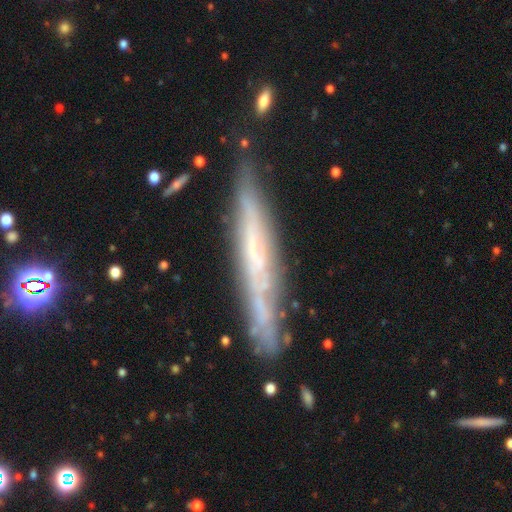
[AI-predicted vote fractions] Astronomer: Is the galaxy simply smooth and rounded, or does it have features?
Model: featured or disk — 63%.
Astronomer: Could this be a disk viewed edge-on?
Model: yes — 83%.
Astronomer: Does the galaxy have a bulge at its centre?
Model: none — 82%.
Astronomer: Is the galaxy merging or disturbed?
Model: none — 77%.